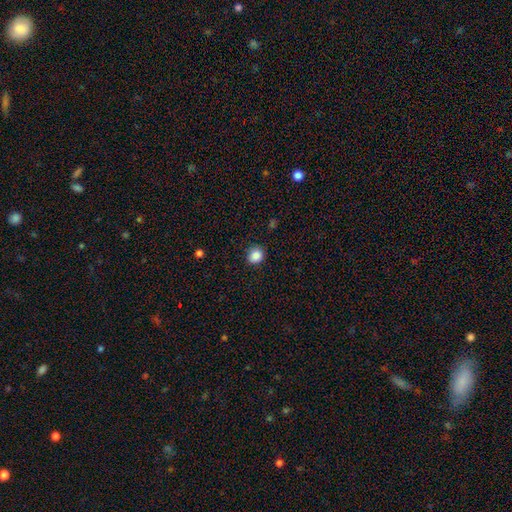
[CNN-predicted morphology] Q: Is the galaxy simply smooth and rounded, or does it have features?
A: smooth — 87%.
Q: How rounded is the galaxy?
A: round — 78%.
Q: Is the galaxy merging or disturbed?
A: none — 87%.